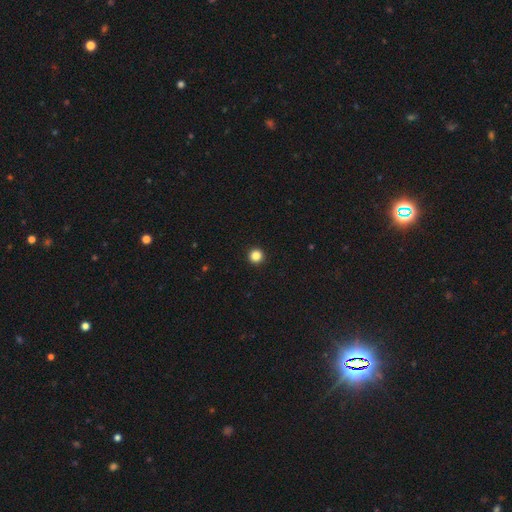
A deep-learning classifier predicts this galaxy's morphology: Smooth or featured?
  - smooth: 85% *
  - star or artifact: 12%
  - featured or disk: 3%
How rounded?
  - round: 96% *
  - in between: 3%
  - cigar-shaped: 1%
Merging?
  - none: 94% *
  - minor disturbance: 3%
  - major disturbance: 1%
  - merger: 1%